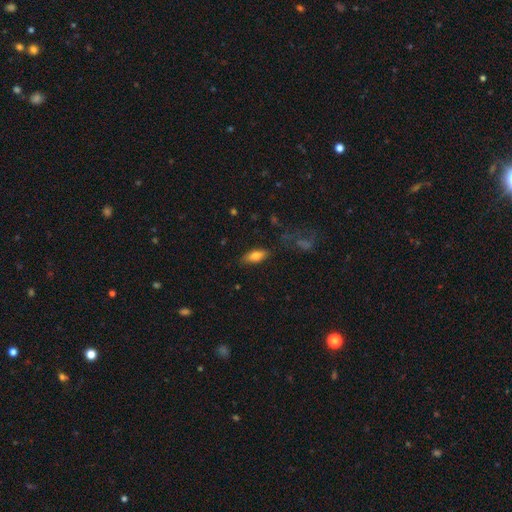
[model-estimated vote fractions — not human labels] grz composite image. It shows a smooth galaxy with no disk features (78%) that is in between round and cigar-shaped (79%). Merging: none (80%).